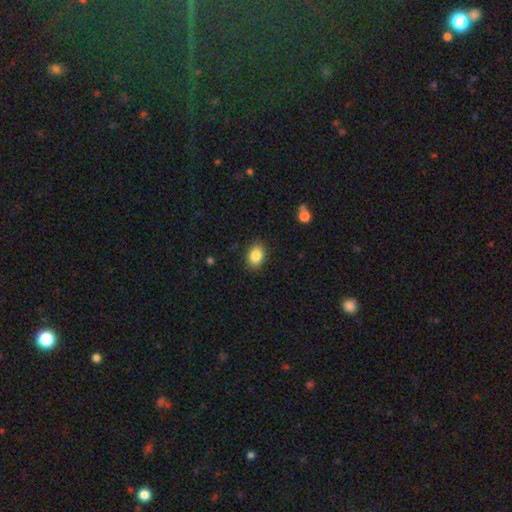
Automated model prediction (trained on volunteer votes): The model was most divided on "how rounded": in between: 71%, round: 28%, cigar-shaped: 1%. More confident: merging — none (87%); smooth or featured — smooth (86%).